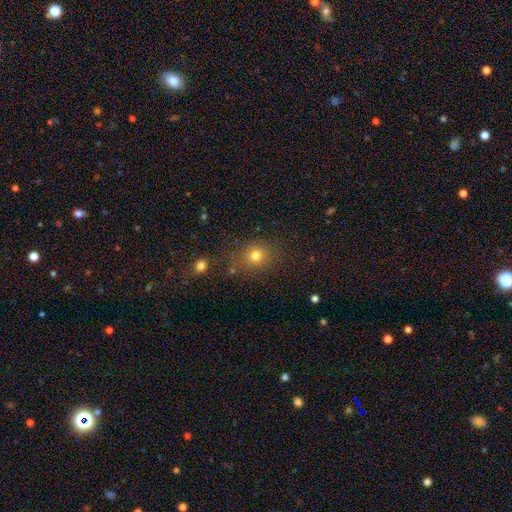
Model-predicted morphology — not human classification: Overall: smooth (77%). How rounded: round (76%). Merging: none (78%).